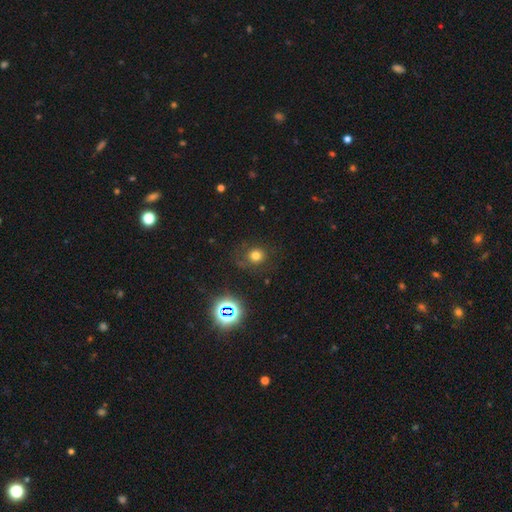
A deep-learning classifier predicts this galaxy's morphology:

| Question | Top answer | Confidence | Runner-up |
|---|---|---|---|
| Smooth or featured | smooth | 70% | star or artifact (20%) |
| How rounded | round | 84% | in between (15%) |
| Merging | none | 75% | minor disturbance (14%) |